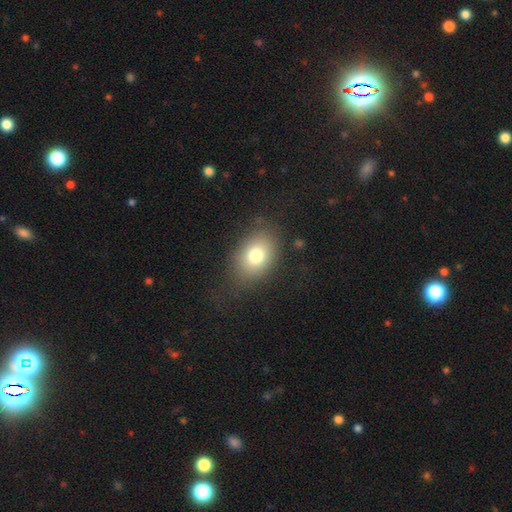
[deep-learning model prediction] smooth_or_featured: smooth (p=0.77) [alt: featured or disk p=0.13]
how_rounded: in between (p=0.73) [alt: round p=0.26]
merging: none (p=0.75) [alt: minor disturbance p=0.15]